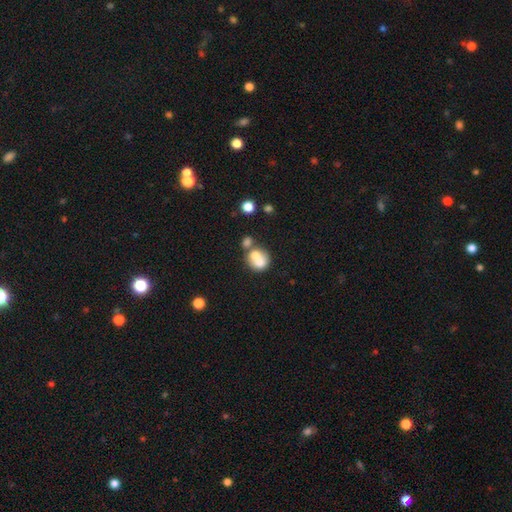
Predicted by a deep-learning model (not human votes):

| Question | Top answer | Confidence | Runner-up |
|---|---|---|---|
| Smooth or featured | smooth | 65% | featured or disk (25%) |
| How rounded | round | 70% | in between (29%) |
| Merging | merger | 59% | none (29%) |